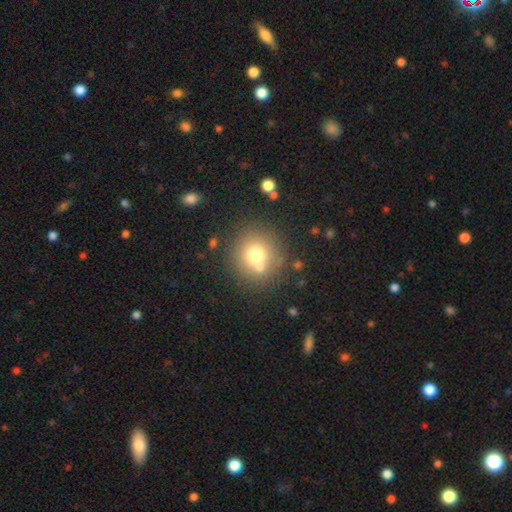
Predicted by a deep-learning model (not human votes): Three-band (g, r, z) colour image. It shows a smooth galaxy with no disk features (71%) that is round (90%). Merging: none (73%).